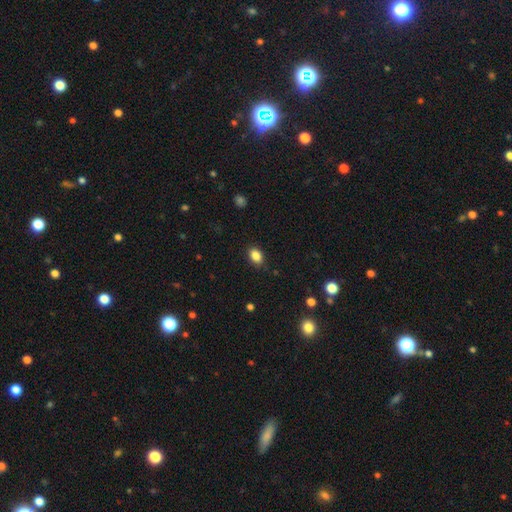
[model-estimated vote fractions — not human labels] Smooth or featured? smooth (86%)
How rounded? in between (82%)
Merging? none (85%)